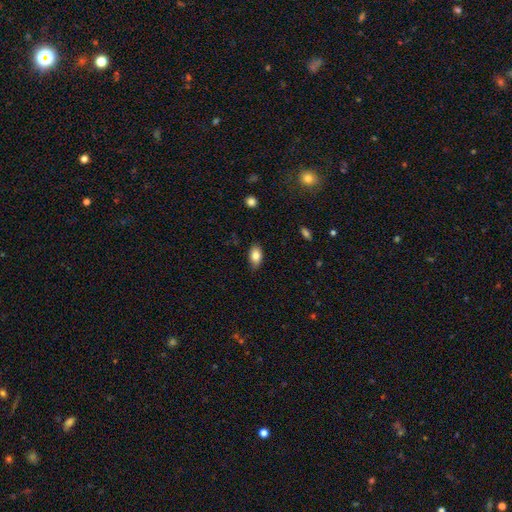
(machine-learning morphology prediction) A smooth galaxy with no disk features (82%) that is in between round and cigar-shaped (90%). Merging: none (82%).